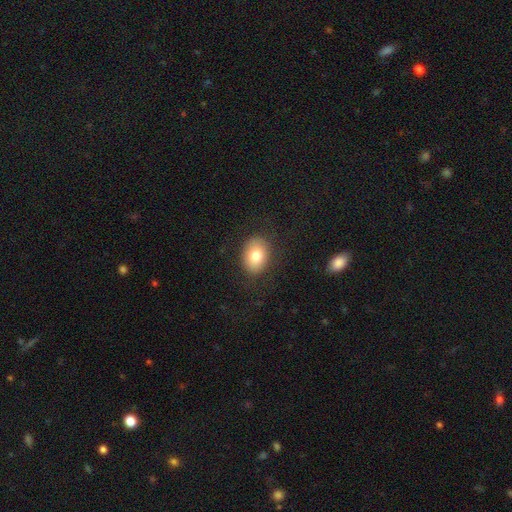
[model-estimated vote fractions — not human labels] A smooth galaxy with no disk features (79%) that is in between round and cigar-shaped (71%).

Vote fractions:
- Smooth or featured? smooth: 79% / featured or disk: 12% / star or artifact: 8%
- How rounded? in between: 71% / round: 28% / cigar-shaped: 1%
- Merging? none: 84% / minor disturbance: 11% / major disturbance: 4% / merger: 1%